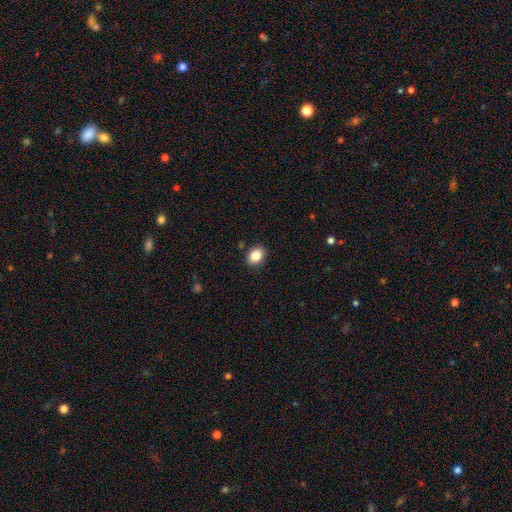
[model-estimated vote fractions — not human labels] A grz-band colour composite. It shows a smooth galaxy with no disk features (86%) that is in between round and cigar-shaped (65%). Merging: none (89%).